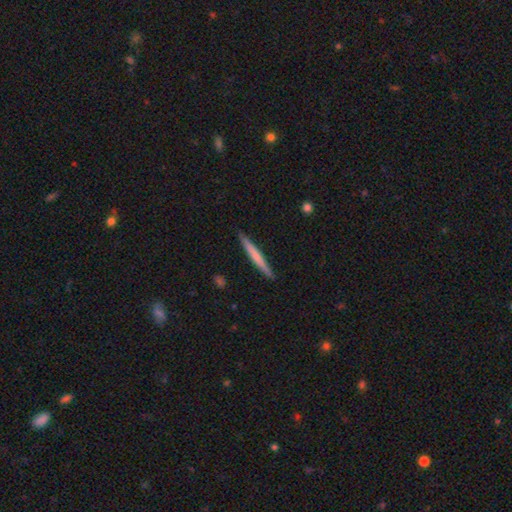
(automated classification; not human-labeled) Morphology: type=smooth (58%); roundness=cigar-shaped (97%); merging=none (91%).